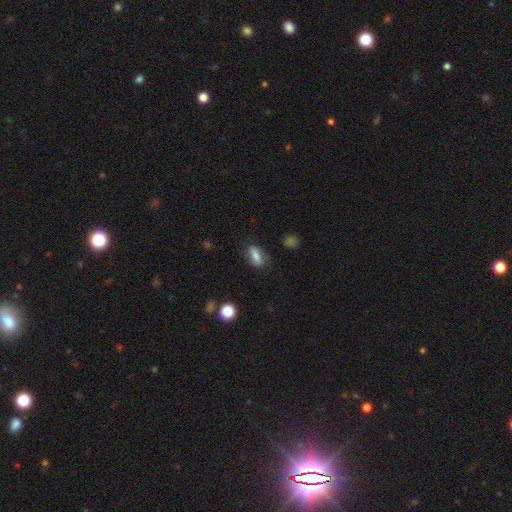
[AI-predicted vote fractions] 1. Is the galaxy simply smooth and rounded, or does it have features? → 71% smooth, 20% featured or disk, 9% star or artifact.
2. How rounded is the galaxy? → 80% in between, 13% cigar-shaped, 7% round.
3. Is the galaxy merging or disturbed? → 75% none, 18% minor disturbance, 6% major disturbance, 2% merger.